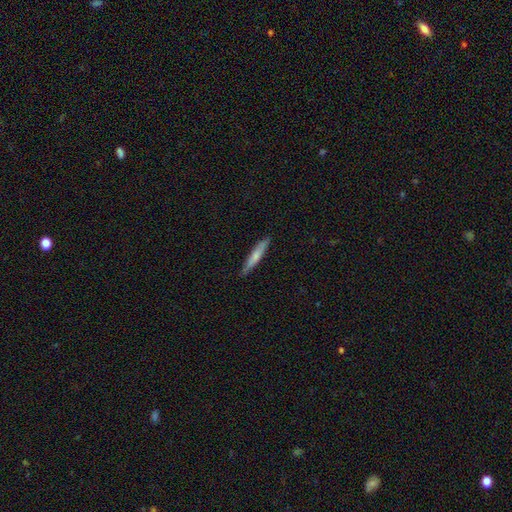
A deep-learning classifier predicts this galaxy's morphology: Smooth or featured: smooth — 64% (featured or disk — 31%)
How rounded: cigar-shaped — 91% (in between — 7%)
Merging: none — 87% (minor disturbance — 10%)